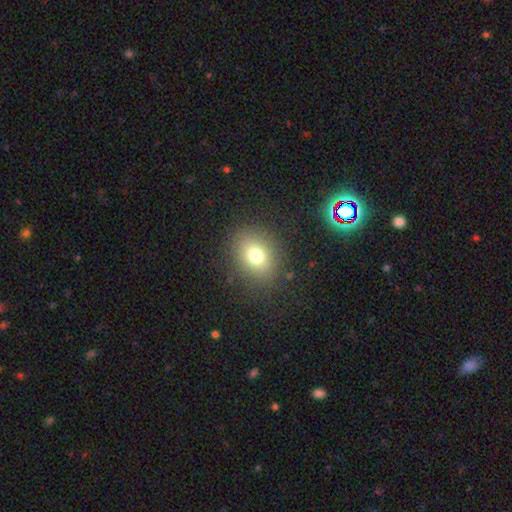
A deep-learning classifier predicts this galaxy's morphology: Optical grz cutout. It shows a smooth galaxy with no disk features (74%) that is round (58%). Merging: none (84%).